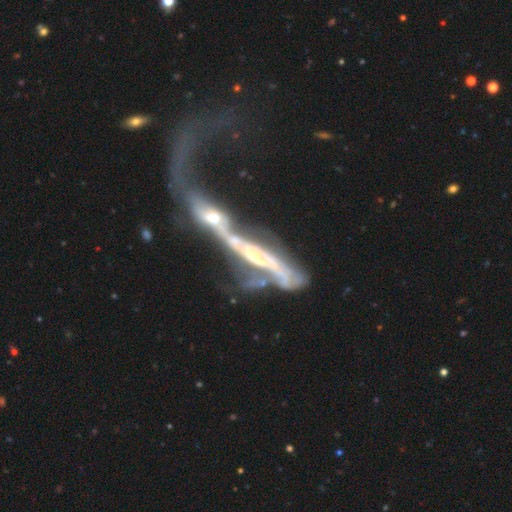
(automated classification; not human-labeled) featured or disk 77%, smooth 14%, star or artifact 9%. Down the decision tree: edge-on disk — no (67%); bar — no (55%); spiral arms — yes (69%); bulge size — small (44%); merging — merger (75%).